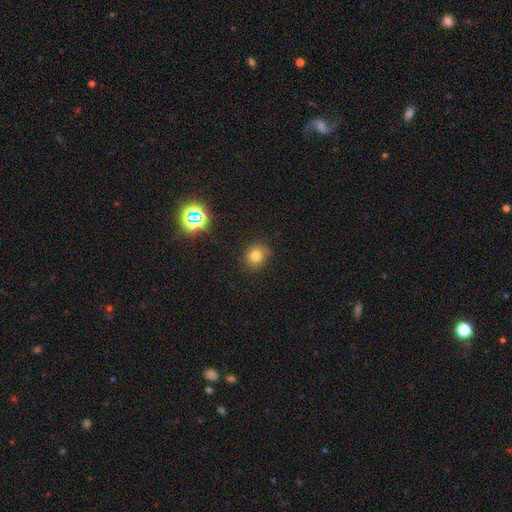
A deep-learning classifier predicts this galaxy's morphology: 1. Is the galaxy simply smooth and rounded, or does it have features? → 75% smooth, 17% star or artifact, 8% featured or disk.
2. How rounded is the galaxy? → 81% round, 18% in between, 1% cigar-shaped.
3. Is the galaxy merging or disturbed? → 77% none, 17% minor disturbance, 4% major disturbance, 2% merger.